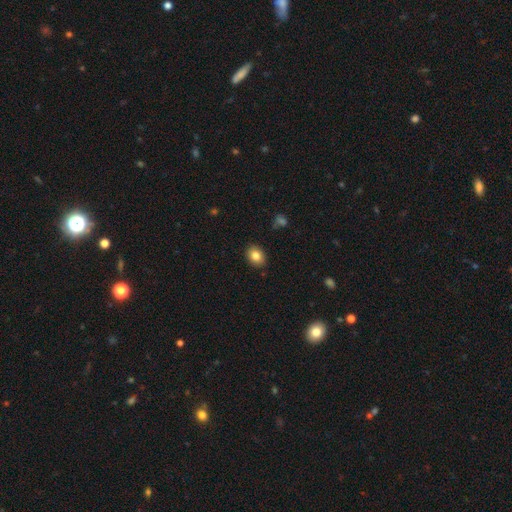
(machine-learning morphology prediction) Smooth or featured?
  - smooth: 83% *
  - star or artifact: 9%
  - featured or disk: 7%
How rounded?
  - in between: 57% *
  - round: 42%
  - cigar-shaped: 1%
Merging?
  - none: 88% *
  - minor disturbance: 9%
  - major disturbance: 2%
  - merger: 1%